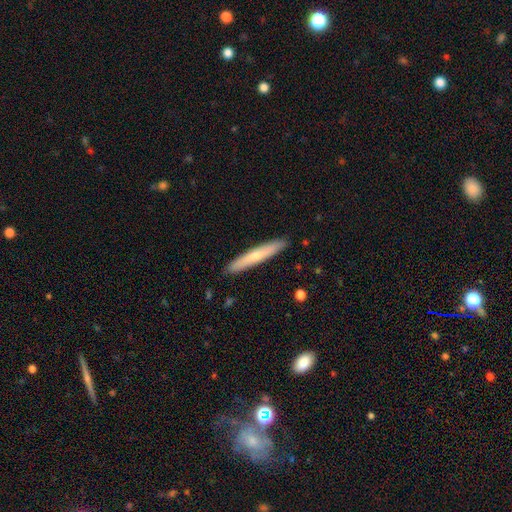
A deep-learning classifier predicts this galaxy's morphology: Smooth or featured? Predicted: smooth (p=0.62). How rounded? Predicted: cigar-shaped (p=0.95). Merging? Predicted: none (p=0.91).